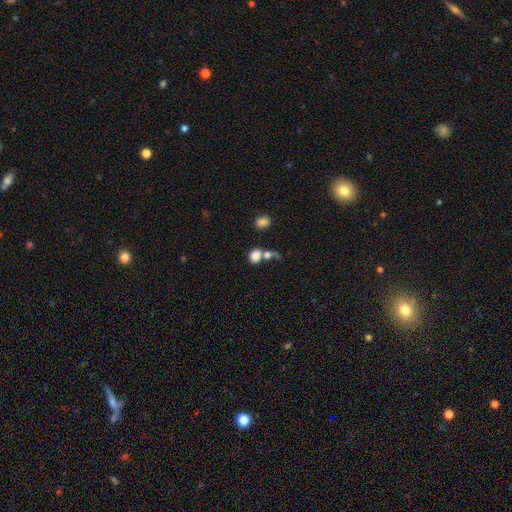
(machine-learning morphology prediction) Overall: smooth (81%). How rounded: round (54%; in between 44%). Merging: merger (46%; none 33%).